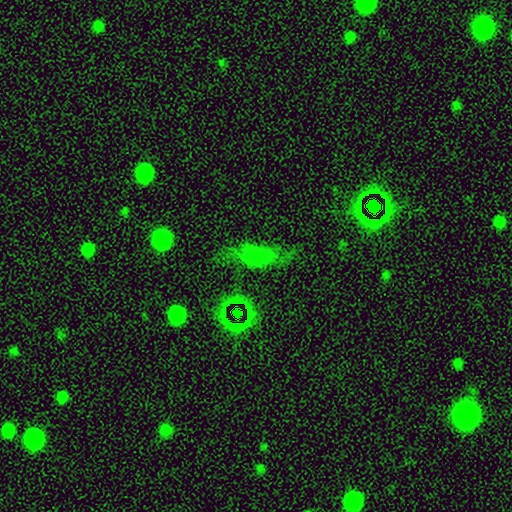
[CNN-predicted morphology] Overall: smooth (47%; star or artifact 31%). Merging: none (57%; minor disturbance 22%).